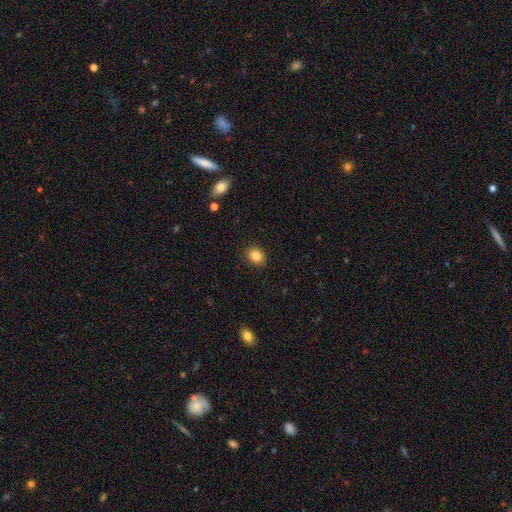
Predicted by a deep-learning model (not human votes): smooth 86%, star or artifact 9%, featured or disk 5%. Down the decision tree: how rounded — in between (50%, tied with round); merging — none (89%).